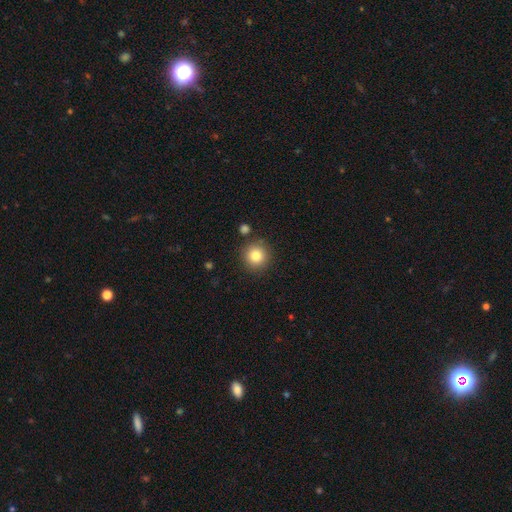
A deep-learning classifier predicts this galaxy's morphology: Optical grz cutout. It shows a smooth galaxy with no disk features (84%) that is round (94%). Merging: none (86%).